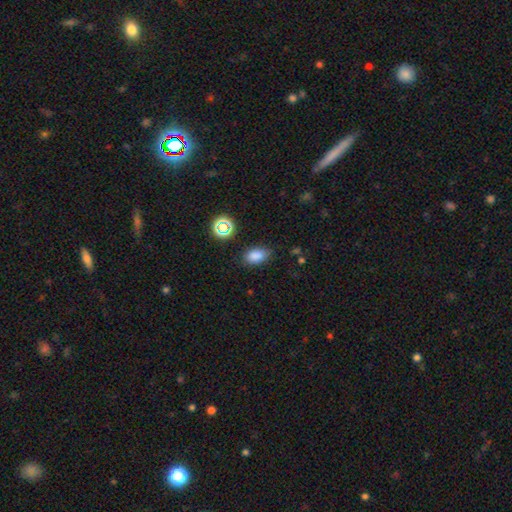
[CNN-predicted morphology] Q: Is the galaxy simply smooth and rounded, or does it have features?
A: smooth — 81%.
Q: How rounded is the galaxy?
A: in between — 87%.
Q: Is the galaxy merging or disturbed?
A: none — 80%.